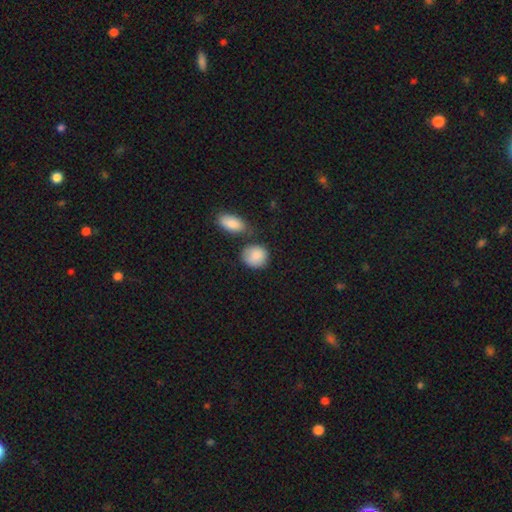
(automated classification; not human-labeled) Smooth or featured?
  - smooth: 88% *
  - star or artifact: 7%
  - featured or disk: 6%
How rounded?
  - round: 73% *
  - in between: 26%
  - cigar-shaped: 2%
Merging?
  - none: 63% *
  - minor disturbance: 18%
  - merger: 14%
  - major disturbance: 5%